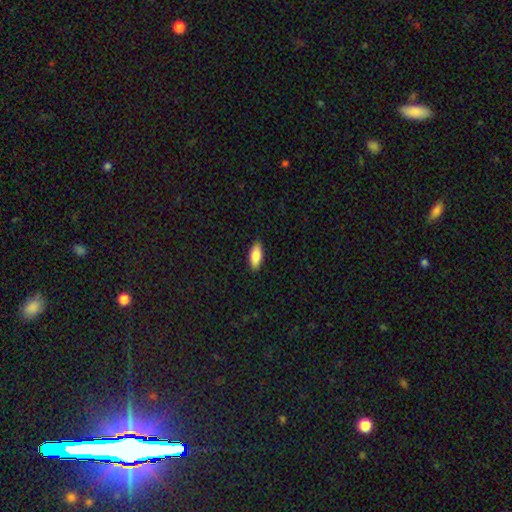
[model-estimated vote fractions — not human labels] This is clearly a smooth galaxy (85%). How rounded: clearly in between (84%). Merging: clearly none (88%).